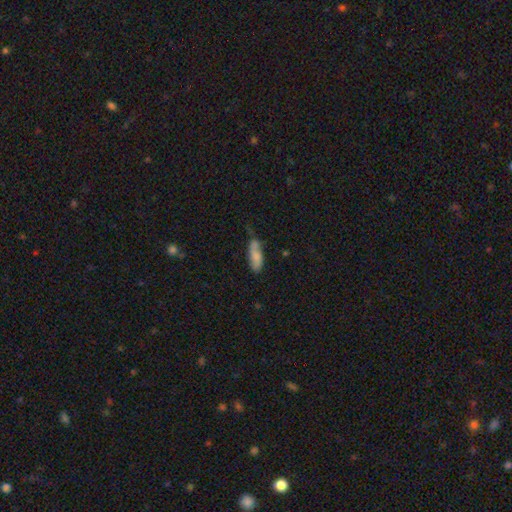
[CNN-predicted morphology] Smooth or featured? smooth (70%)
How rounded? in between (63%)
Merging? none (55%)